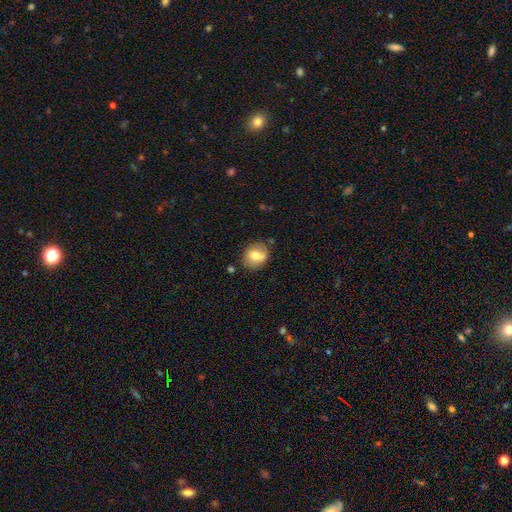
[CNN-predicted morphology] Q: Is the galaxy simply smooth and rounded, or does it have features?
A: smooth — 71%.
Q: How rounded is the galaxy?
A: round — 65%.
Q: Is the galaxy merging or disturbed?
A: none — 74%.